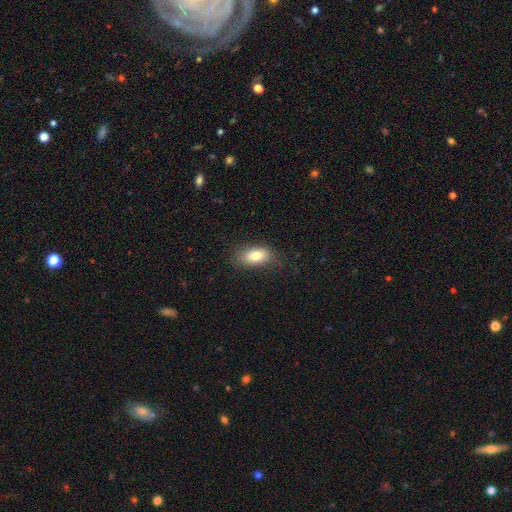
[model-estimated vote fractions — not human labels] The model was most divided on "merging": none: 79%, minor disturbance: 15%, major disturbance: 4%, merger: 1%. More confident: how rounded — in between (89%); smooth or featured — smooth (80%).